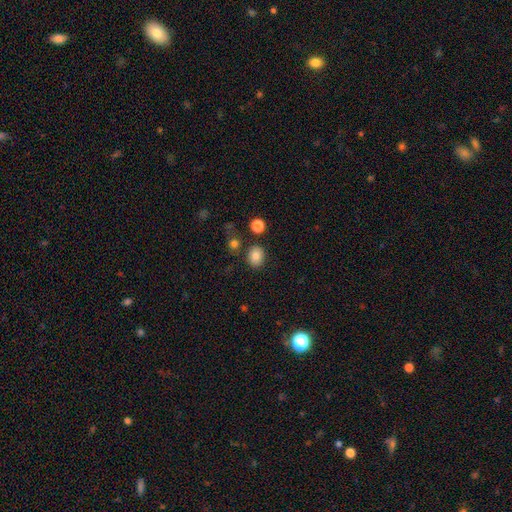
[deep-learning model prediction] Overall: smooth (83%). How rounded: round (66%; in between 33%). Merging: none (83%).